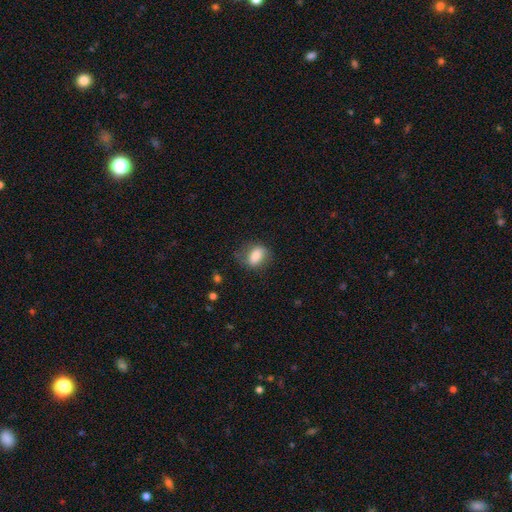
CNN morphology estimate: smooth-or-featured: smooth: 80% | featured or disk: 12% | star or artifact: 8%
  how-rounded: in between: 78% | round: 19% | cigar-shaped: 3%
  merging: none: 67% | minor disturbance: 22% | major disturbance: 9% | merger: 2%